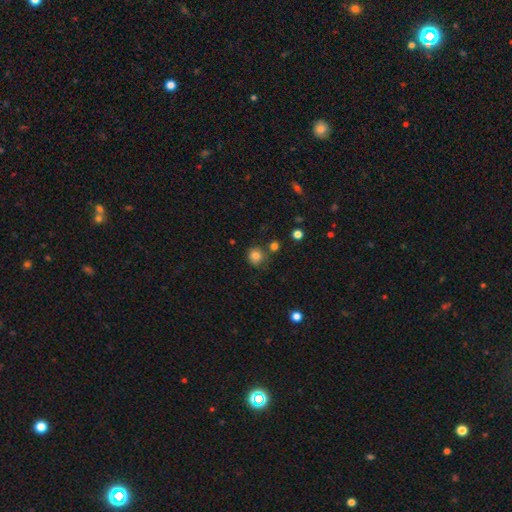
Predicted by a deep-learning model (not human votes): A smooth galaxy with no disk features (82%) that is round (90%).

Vote fractions:
- Smooth or featured? smooth: 82% / star or artifact: 12% / featured or disk: 6%
- How rounded? round: 90% / in between: 9% / cigar-shaped: 1%
- Merging? none: 74% / minor disturbance: 13% / merger: 9% / major disturbance: 4%